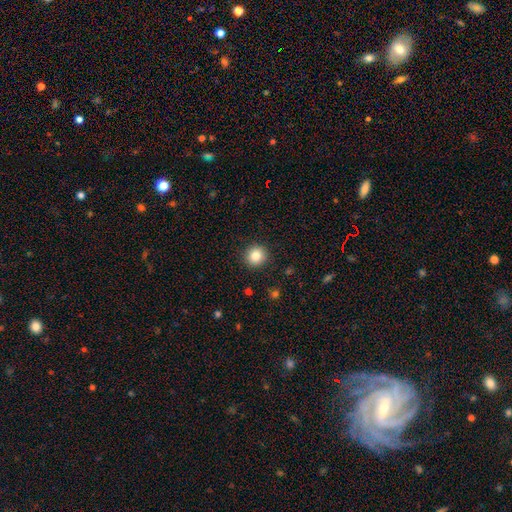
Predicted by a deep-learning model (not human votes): Q: Smooth or featured?
A: smooth (84%); runner-up: star or artifact (10%)
Q: How rounded?
A: round (92%); runner-up: in between (7%)
Q: Merging?
A: none (91%); runner-up: minor disturbance (6%)